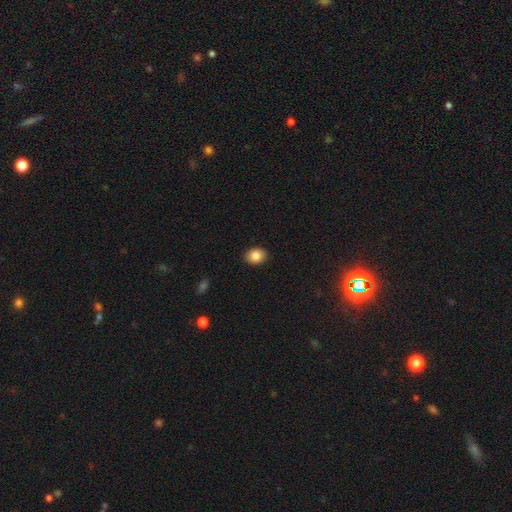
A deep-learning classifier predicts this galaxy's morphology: type=smooth (85%); roundness=in between (62%); merging=none (90%).